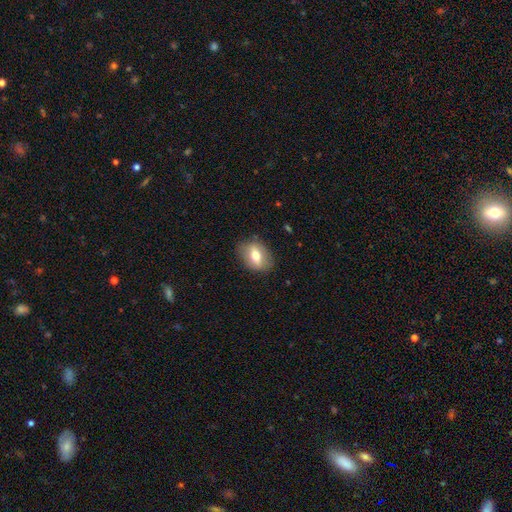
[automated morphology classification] Smooth or featured: smooth — 59% (featured or disk — 34%)
How rounded: in between — 74% (round — 23%)
Merging: none — 83% (minor disturbance — 12%)